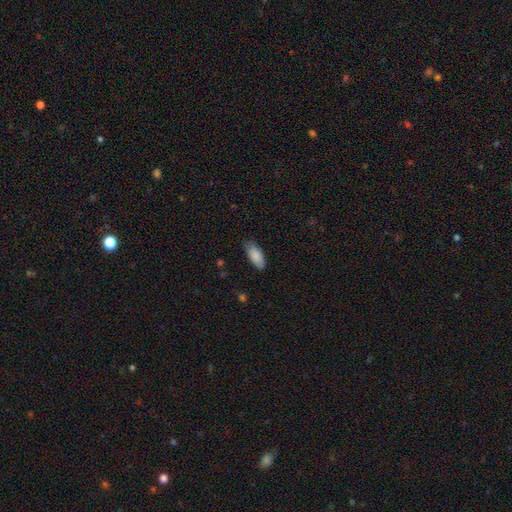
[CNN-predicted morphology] Smooth or featured? Predicted: smooth (p=0.88). How rounded? Predicted: in between (p=0.87). Merging? Predicted: none (p=0.78).